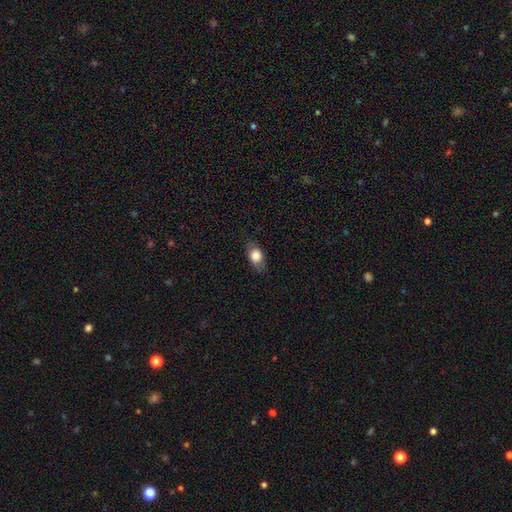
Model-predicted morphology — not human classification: The model was most divided on "how rounded": in between: 76%, round: 20%, cigar-shaped: 4%. More confident: merging — none (79%); smooth or featured — smooth (78%).